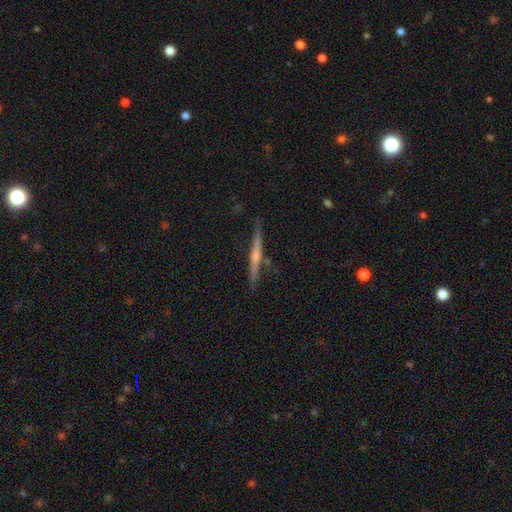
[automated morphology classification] smooth-or-featured: featured or disk: 71% | smooth: 23% | star or artifact: 6%
  disk-edge-on: yes: 98% | no: 2%
    edge-on-bulge: rounded: 66% | none: 26% | boxy: 8%
  merging: none: 84% | minor disturbance: 11% | merger: 3% | major disturbance: 2%